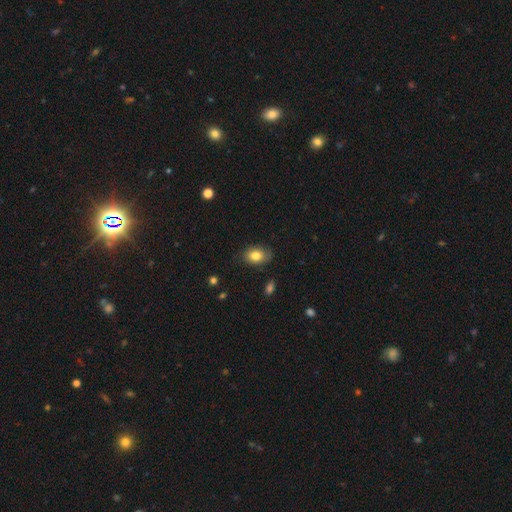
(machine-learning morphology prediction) The model was most divided on "merging": none: 76%, minor disturbance: 19%, major disturbance: 4%, merger: 1%. More confident: how rounded — in between (81%); smooth or featured — smooth (80%).